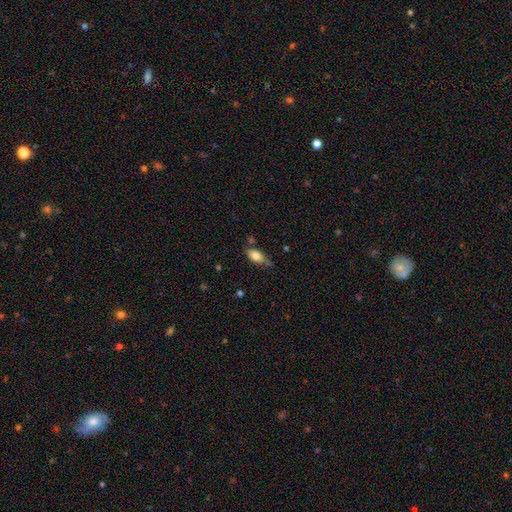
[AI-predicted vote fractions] smooth_or_featured: smooth (p=0.78) [alt: featured or disk p=0.14]
how_rounded: in between (p=0.89) [alt: cigar-shaped p=0.06]
merging: none (p=0.63) [alt: minor disturbance p=0.25]